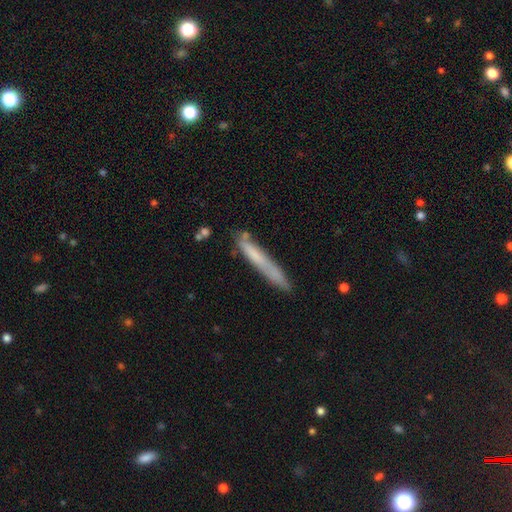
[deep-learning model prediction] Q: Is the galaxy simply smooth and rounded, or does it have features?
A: smooth — 63%.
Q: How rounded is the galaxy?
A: cigar-shaped — 95%.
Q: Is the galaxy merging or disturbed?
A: none — 68%.